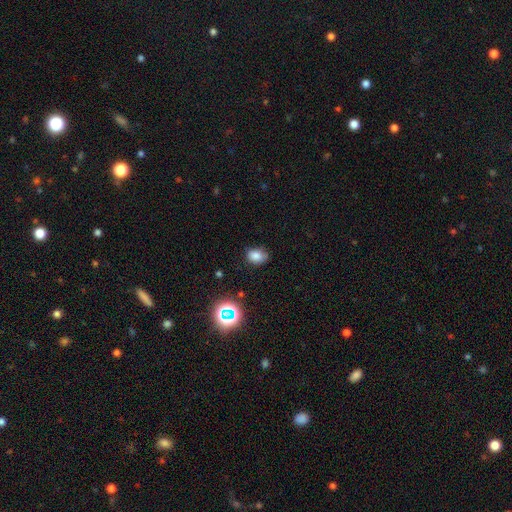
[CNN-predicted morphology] Overall: smooth (78%). How rounded: in between (60%; round 39%). Merging: none (74%).